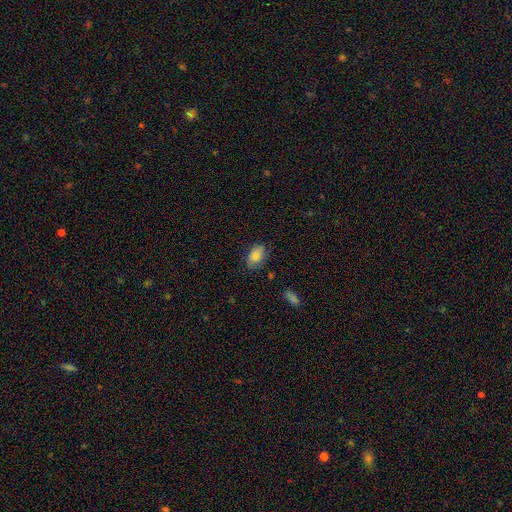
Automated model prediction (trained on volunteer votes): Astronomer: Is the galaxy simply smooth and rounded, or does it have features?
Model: smooth — 82%.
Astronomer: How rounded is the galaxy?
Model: in between — 85%.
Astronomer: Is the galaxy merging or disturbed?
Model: none — 75%.